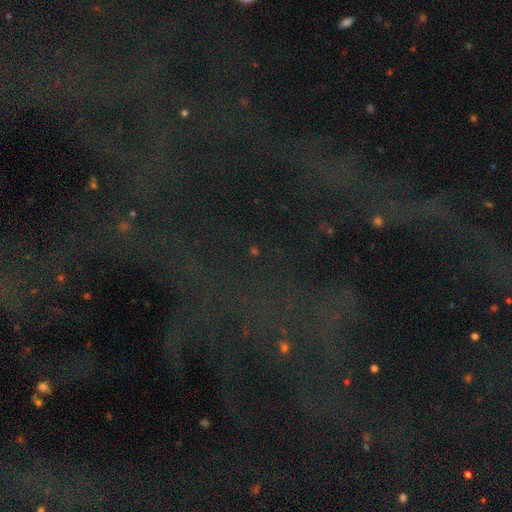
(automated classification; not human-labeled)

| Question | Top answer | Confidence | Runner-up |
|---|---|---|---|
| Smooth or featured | star or artifact | 74% | smooth (13%) |